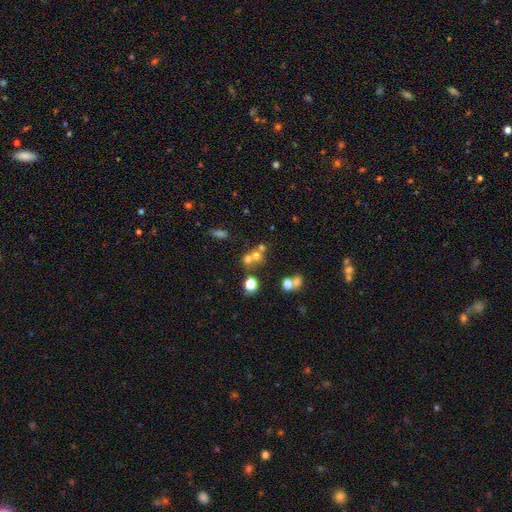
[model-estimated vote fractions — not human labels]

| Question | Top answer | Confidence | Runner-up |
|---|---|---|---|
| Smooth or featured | smooth | 59% | star or artifact (22%) |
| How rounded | round | 80% | in between (19%) |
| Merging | merger | 48% | none (40%) |